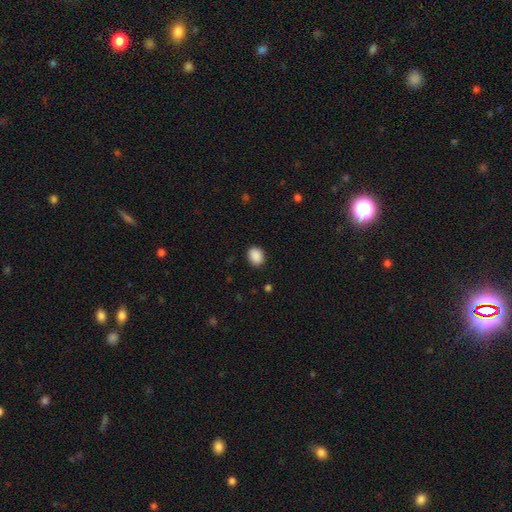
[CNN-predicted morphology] Smooth or featured?
  - smooth: 89% *
  - star or artifact: 8%
  - featured or disk: 3%
How rounded?
  - in between: 55% *
  - round: 45%
  - cigar-shaped: 1%
Merging?
  - none: 88% *
  - minor disturbance: 9%
  - major disturbance: 2%
  - merger: 1%